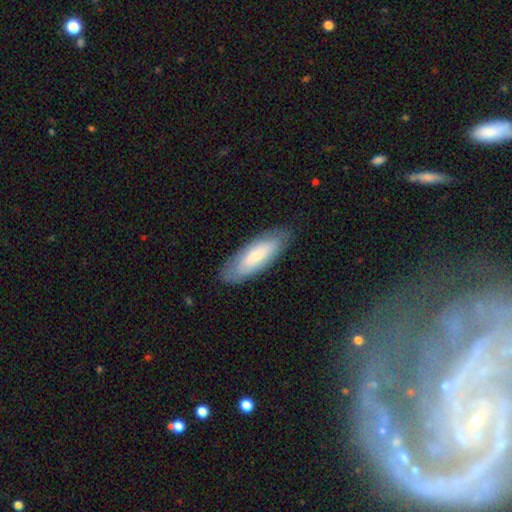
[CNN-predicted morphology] Smooth or featured? Predicted: smooth (p=0.63). How rounded? Predicted: in between (p=0.63). Merging? Predicted: none (p=0.82).